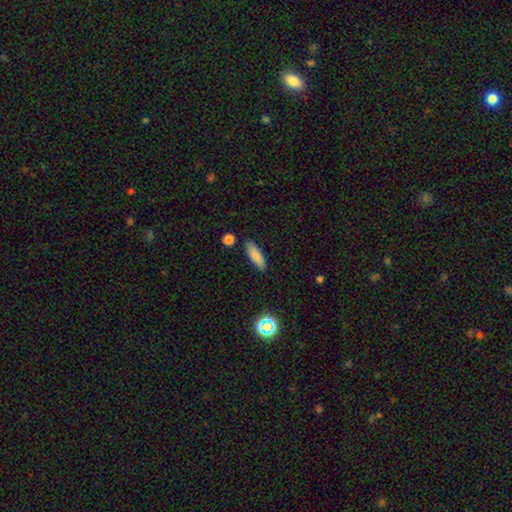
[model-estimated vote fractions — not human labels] A smooth galaxy with no disk features (83%) that is cigar-shaped (54%).

Vote fractions:
- Smooth or featured? smooth: 83% / featured or disk: 8% / star or artifact: 8%
- How rounded? cigar-shaped: 54% / in between: 44% / round: 2%
- Merging? none: 85% / minor disturbance: 10% / merger: 3% / major disturbance: 2%